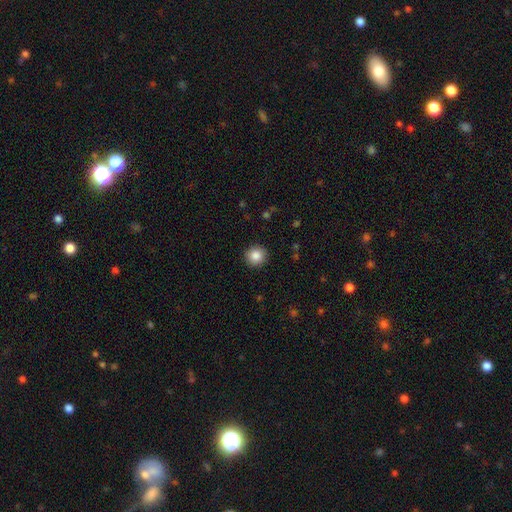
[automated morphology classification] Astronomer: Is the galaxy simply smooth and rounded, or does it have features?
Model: smooth — 87%.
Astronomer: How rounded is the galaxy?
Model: round — 92%.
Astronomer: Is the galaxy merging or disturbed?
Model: none — 91%.